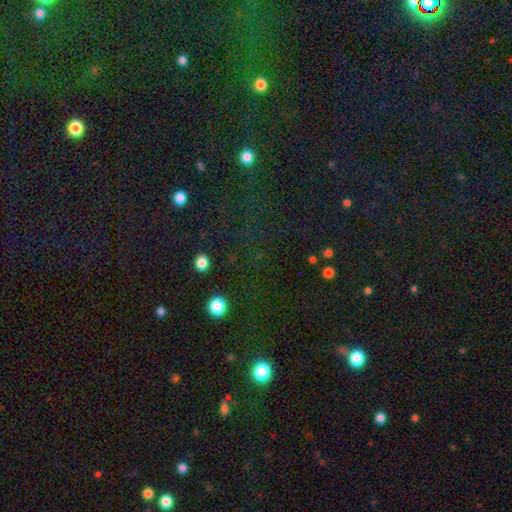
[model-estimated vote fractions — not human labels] This appears to be a star or artifact, not a galaxy (72%).